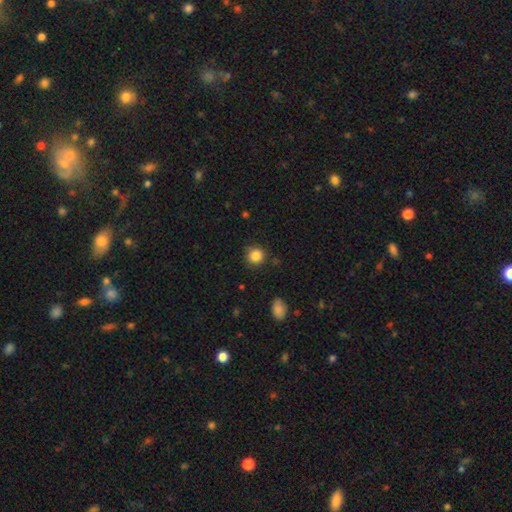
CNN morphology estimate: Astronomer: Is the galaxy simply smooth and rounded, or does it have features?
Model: smooth — 85%.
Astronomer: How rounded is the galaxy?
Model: round — 92%.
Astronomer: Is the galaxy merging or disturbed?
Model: none — 86%.